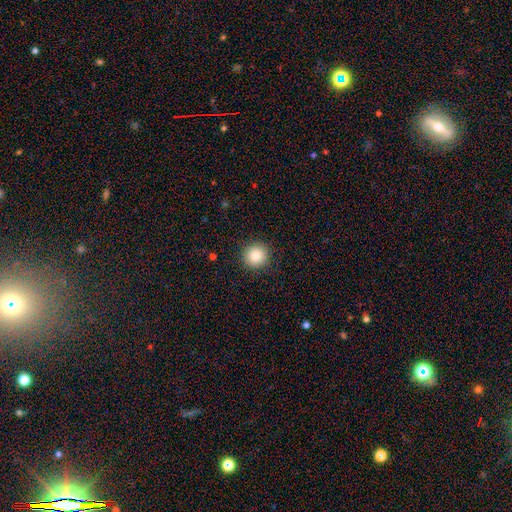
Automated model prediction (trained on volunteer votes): A smooth galaxy with no disk features (85%) that is round (93%).

Vote fractions:
- Smooth or featured? smooth: 85% / star or artifact: 9% / featured or disk: 5%
- How rounded? round: 93% / in between: 6% / cigar-shaped: 1%
- Merging? none: 91% / minor disturbance: 6% / major disturbance: 2% / merger: 1%